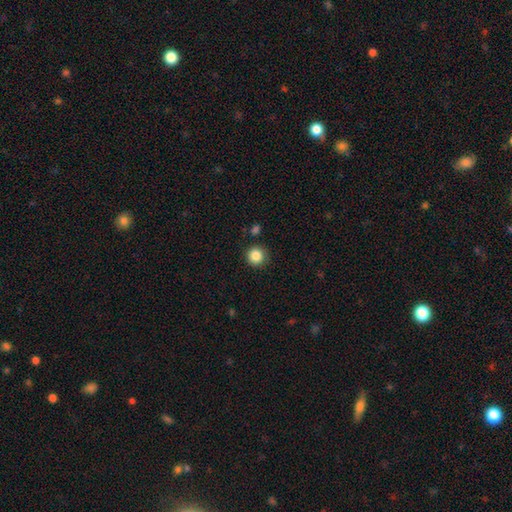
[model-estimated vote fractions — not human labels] smooth_or_featured: smooth (p=0.86) [alt: star or artifact p=0.10]
how_rounded: round (p=0.94) [alt: in between p=0.05]
merging: none (p=0.89) [alt: minor disturbance p=0.07]